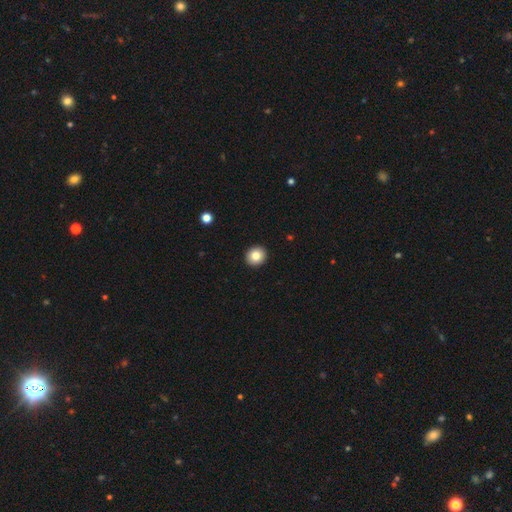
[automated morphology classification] Overall: smooth (83%). How rounded: round (88%). Merging: none (93%).